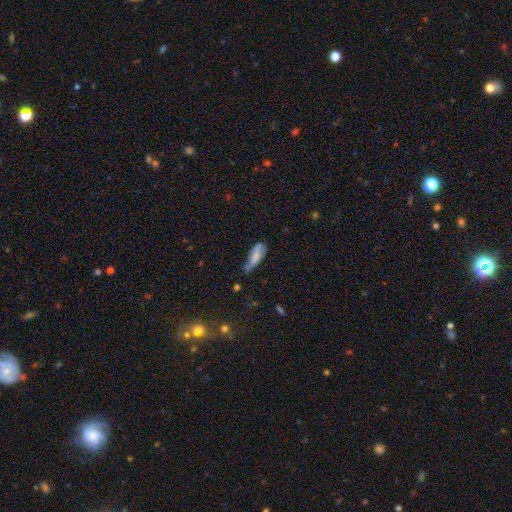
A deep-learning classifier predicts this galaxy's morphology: type=smooth (67%); roundness=in between (61%); merging=minor disturbance (41%).